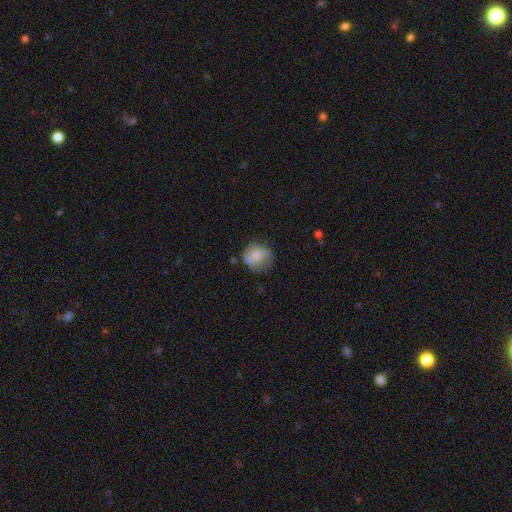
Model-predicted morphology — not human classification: Q: Smooth or featured?
A: smooth (71%); runner-up: featured or disk (21%)
Q: How rounded?
A: round (77%); runner-up: in between (22%)
Q: Merging?
A: none (58%); runner-up: minor disturbance (28%)